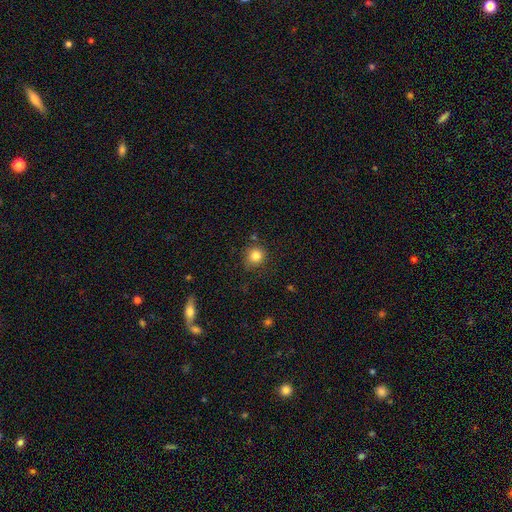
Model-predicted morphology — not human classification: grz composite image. It shows a smooth galaxy with no disk features (83%) that is round (88%). Merging: none (80%).